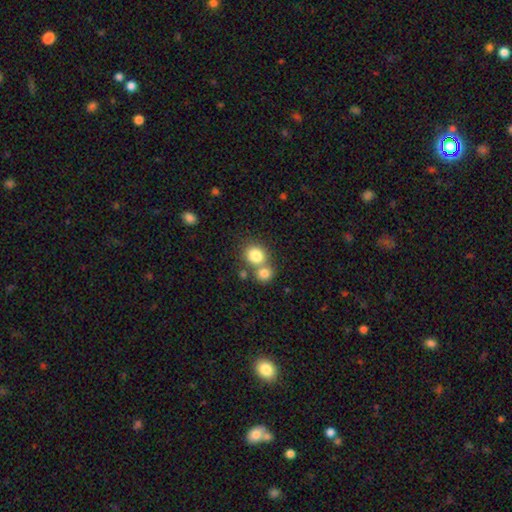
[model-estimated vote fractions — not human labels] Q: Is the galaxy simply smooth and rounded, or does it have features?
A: smooth — 81%.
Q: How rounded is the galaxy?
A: round — 77%.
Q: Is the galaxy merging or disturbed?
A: none — 48%.